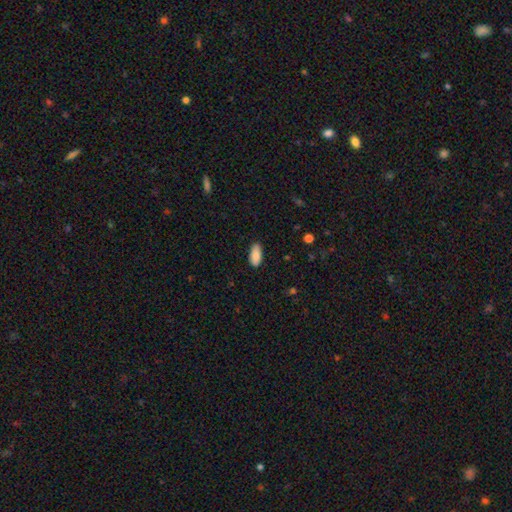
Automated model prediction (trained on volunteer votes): smooth-or-featured: smooth: 85% | featured or disk: 8% | star or artifact: 6%
  how-rounded: in between: 89% | cigar-shaped: 9% | round: 2%
  merging: none: 86% | minor disturbance: 11% | major disturbance: 2% | merger: 1%